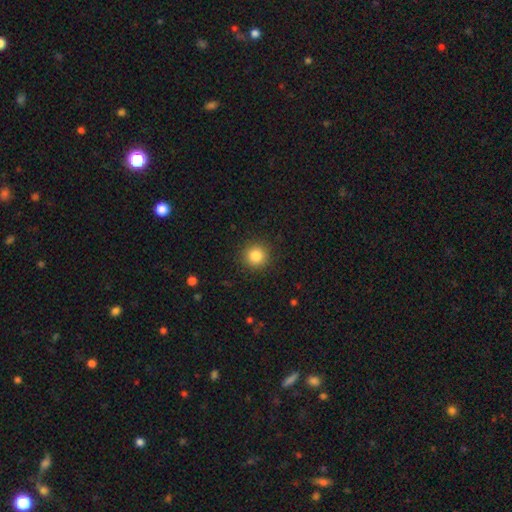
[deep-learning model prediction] Overall: smooth (85%). How rounded: round (94%). Merging: none (91%).